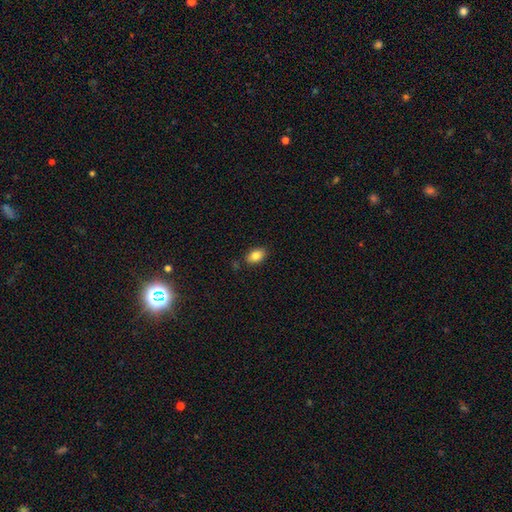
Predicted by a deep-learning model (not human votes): Overall: smooth (84%). How rounded: in between (88%). Merging: none (84%).